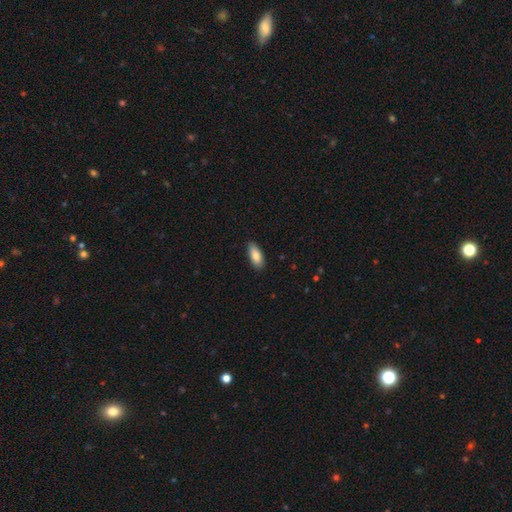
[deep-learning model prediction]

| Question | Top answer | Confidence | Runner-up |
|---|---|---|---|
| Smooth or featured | smooth | 86% | featured or disk (8%) |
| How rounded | in between | 85% | cigar-shaped (13%) |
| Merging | none | 86% | minor disturbance (11%) |